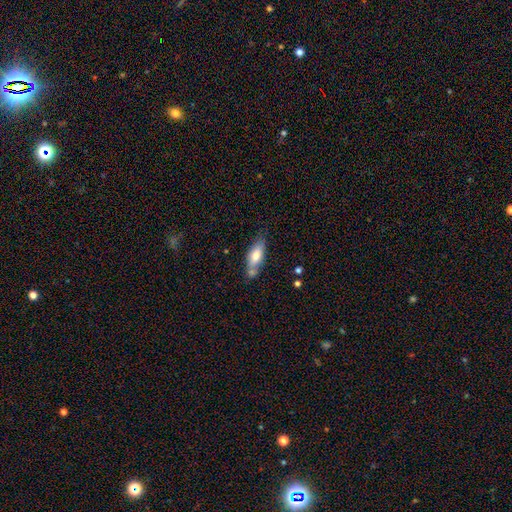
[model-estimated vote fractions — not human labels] Smooth or featured?
  - smooth: 72% *
  - featured or disk: 22%
  - star or artifact: 7%
How rounded?
  - in between: 66% *
  - cigar-shaped: 31%
  - round: 2%
Merging?
  - none: 55% *
  - minor disturbance: 23%
  - merger: 17%
  - major disturbance: 5%